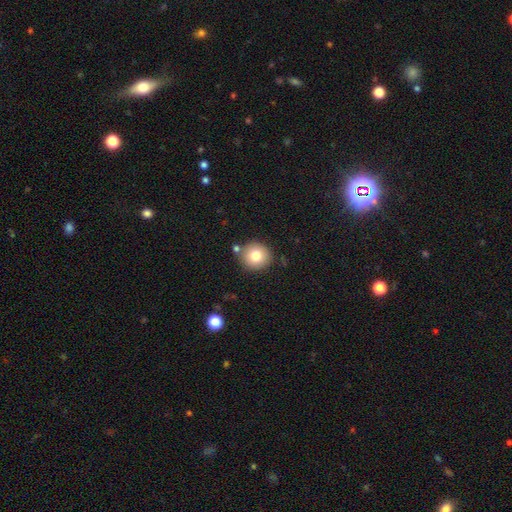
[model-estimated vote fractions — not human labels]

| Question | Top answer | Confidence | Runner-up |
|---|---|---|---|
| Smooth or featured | smooth | 78% | featured or disk (12%) |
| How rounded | round | 90% | in between (9%) |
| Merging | none | 82% | minor disturbance (9%) |